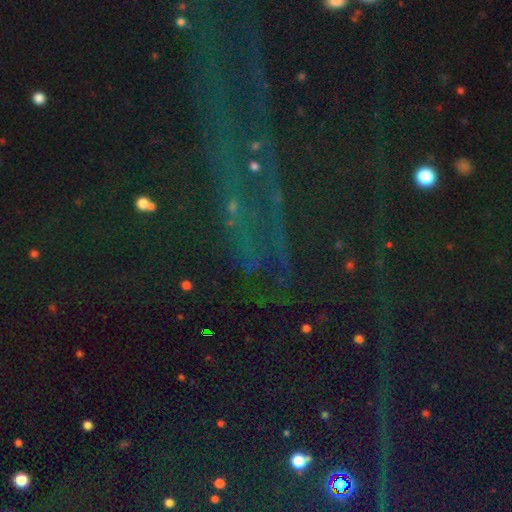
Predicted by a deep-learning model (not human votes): Smooth or featured: star or artifact — 78% (featured or disk — 11%)